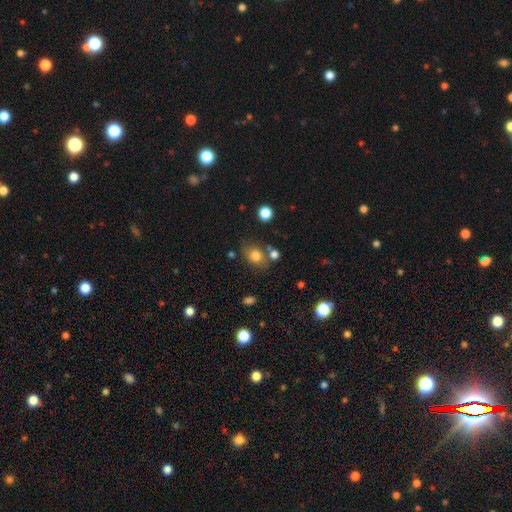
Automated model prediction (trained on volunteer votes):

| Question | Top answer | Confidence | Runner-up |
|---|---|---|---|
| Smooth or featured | smooth | 76% | star or artifact (12%) |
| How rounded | in between | 57% | round (41%) |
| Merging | none | 62% | minor disturbance (18%) |